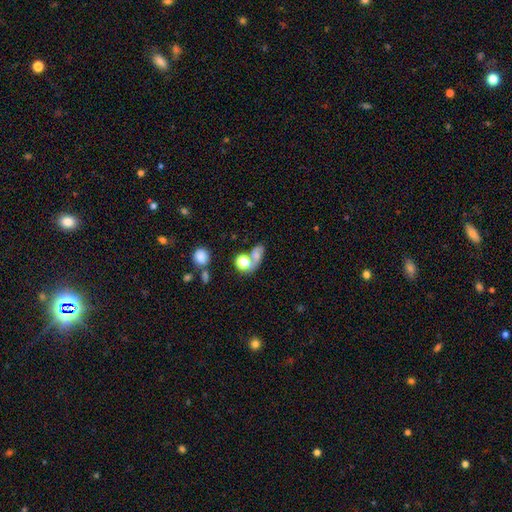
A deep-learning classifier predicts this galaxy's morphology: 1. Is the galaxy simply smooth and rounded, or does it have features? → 60% smooth, 21% featured or disk, 19% star or artifact.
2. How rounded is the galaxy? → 58% in between, 37% round, 4% cigar-shaped.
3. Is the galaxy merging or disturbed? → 38% merger, 35% none, 14% minor disturbance, 13% major disturbance.